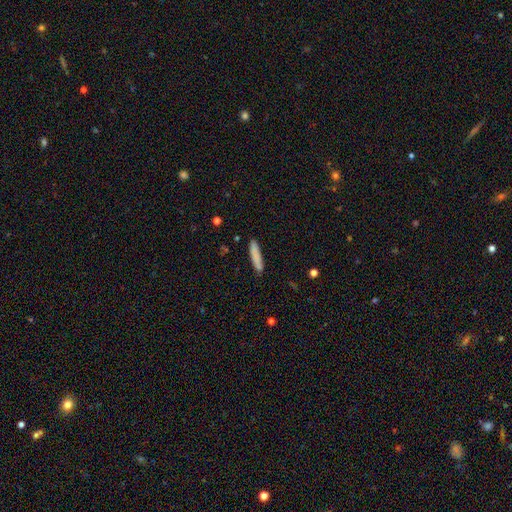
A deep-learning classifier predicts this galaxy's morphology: Smooth or featured?
  - smooth: 82% *
  - featured or disk: 11%
  - star or artifact: 7%
How rounded?
  - cigar-shaped: 87% *
  - in between: 11%
  - round: 1%
Merging?
  - none: 85% *
  - minor disturbance: 11%
  - merger: 2%
  - major disturbance: 2%